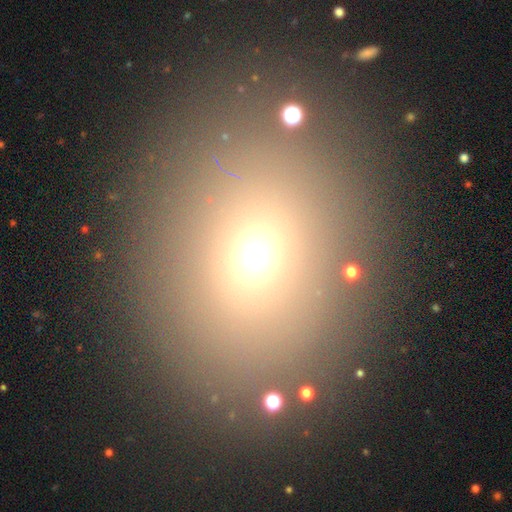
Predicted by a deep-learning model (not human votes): Smooth or featured?
  - smooth: 65% *
  - star or artifact: 24%
  - featured or disk: 12%
How rounded?
  - round: 51% *
  - in between: 46%
  - cigar-shaped: 3%
Merging?
  - none: 76% *
  - minor disturbance: 10%
  - merger: 7%
  - major disturbance: 7%